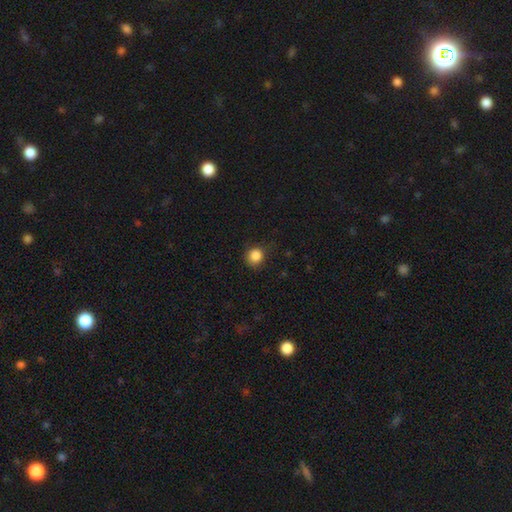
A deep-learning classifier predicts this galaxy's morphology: Smooth or featured?
  - smooth: 85% *
  - star or artifact: 11%
  - featured or disk: 4%
How rounded?
  - round: 86% *
  - in between: 13%
  - cigar-shaped: 1%
Merging?
  - none: 77% *
  - minor disturbance: 17%
  - major disturbance: 4%
  - merger: 1%